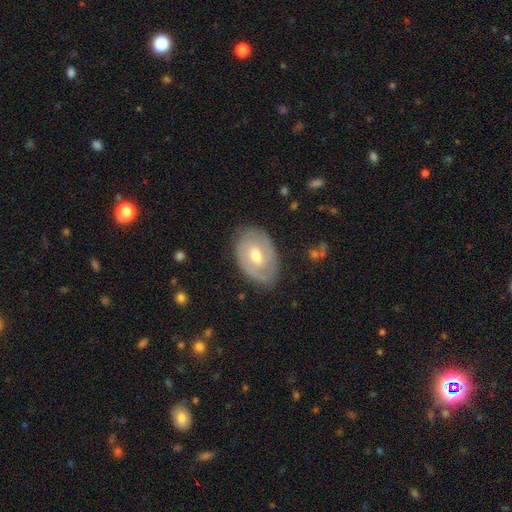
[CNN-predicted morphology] Smooth or featured?
  - featured or disk: 65% *
  - smooth: 30%
  - star or artifact: 6%
Edge-on disk?
  - no: 93% *
  - yes: 7%
Bar?
  - weak: 45% *
  - no: 42%
  - strong: 13%
Spiral arms?
  - yes: 61% *
  - no: 39%
Bulge size?
  - moderate: 73% *
  - small: 20%
  - large: 5%
  - none: 1%
  - dominant: 1%
Merging?
  - none: 79% *
  - minor disturbance: 16%
  - major disturbance: 4%
  - merger: 1%